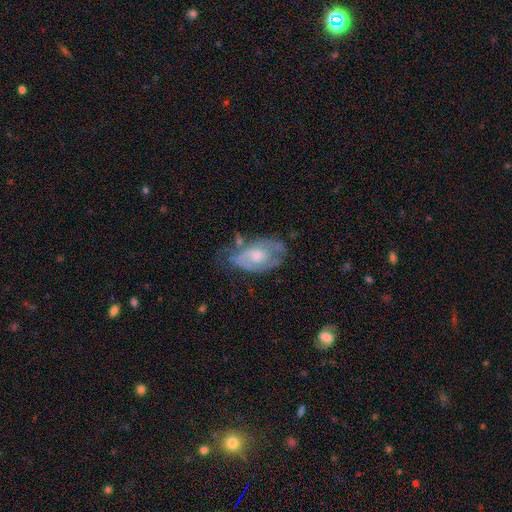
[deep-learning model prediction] Q: Smooth or featured?
A: featured or disk (67%); runner-up: smooth (26%)
Q: Edge-on disk?
A: no (94%); runner-up: yes (6%)
Q: Bar?
A: no (72%); runner-up: weak (24%)
Q: Spiral arms?
A: yes (67%); runner-up: no (33%)
Q: Bulge size?
A: moderate (58%); runner-up: small (26%)
Q: Merging?
A: none (48%); runner-up: minor disturbance (31%)